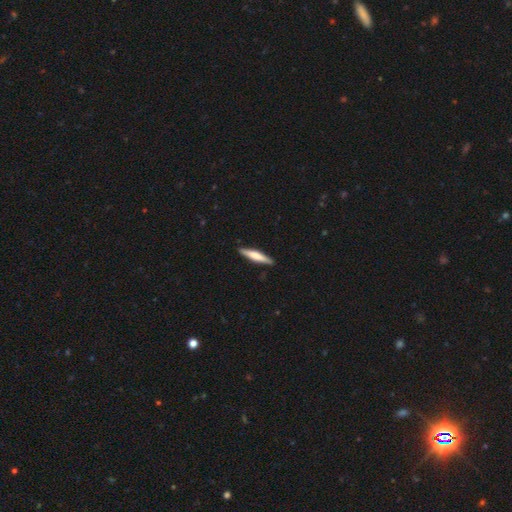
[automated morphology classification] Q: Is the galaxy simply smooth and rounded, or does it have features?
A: smooth — 58%.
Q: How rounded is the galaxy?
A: cigar-shaped — 88%.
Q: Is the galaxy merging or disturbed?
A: none — 90%.